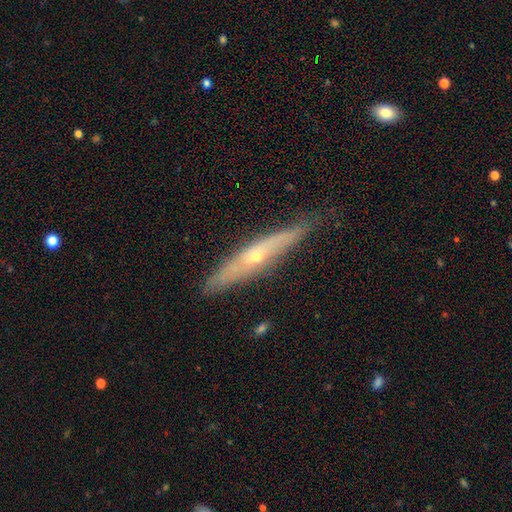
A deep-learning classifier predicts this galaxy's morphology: smooth_or_featured: featured or disk (p=0.66) [alt: smooth p=0.27]
disk_edge_on: yes (p=0.85) [alt: no p=0.15]
edge_on_bulge: rounded (p=0.79) [alt: none p=0.18]
merging: none (p=0.78) [alt: minor disturbance p=0.18]